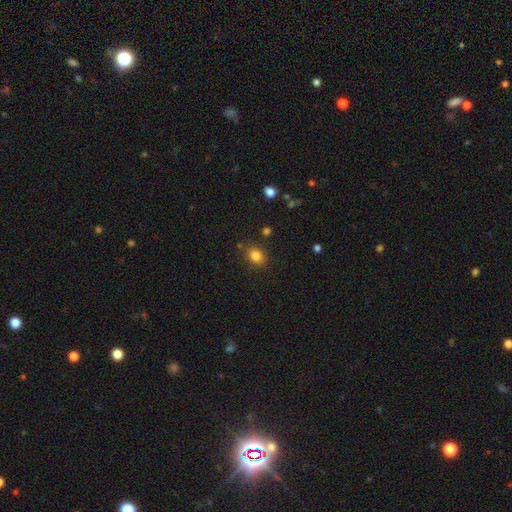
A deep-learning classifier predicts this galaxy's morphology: Overall: smooth (83%). How rounded: in between (59%; round 40%). Merging: none (82%).